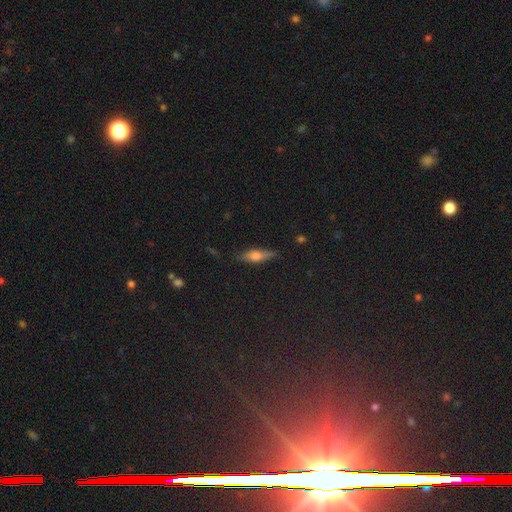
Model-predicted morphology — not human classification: Smooth or featured: featured or disk — 49% (smooth — 41%)
Merging: none — 82% (minor disturbance — 14%)